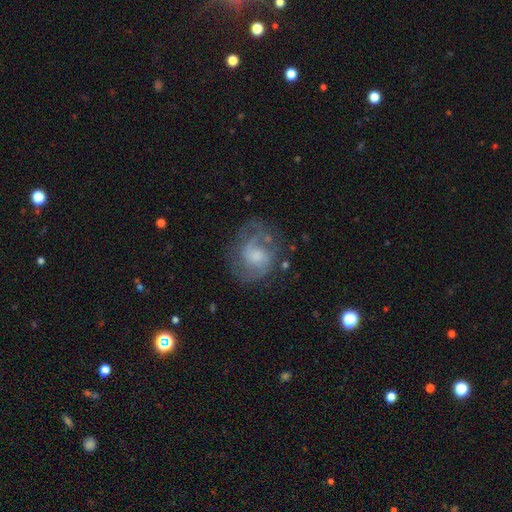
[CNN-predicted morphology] Smooth or featured? featured or disk (71%)
Edge-on disk? no (98%)
Bar? no (59%)
Spiral arms? yes (85%)
Spiral winding? medium (48%)
Spiral arm count? 2 (54%)
Bulge size? moderate (37%)
Merging? none (62%)